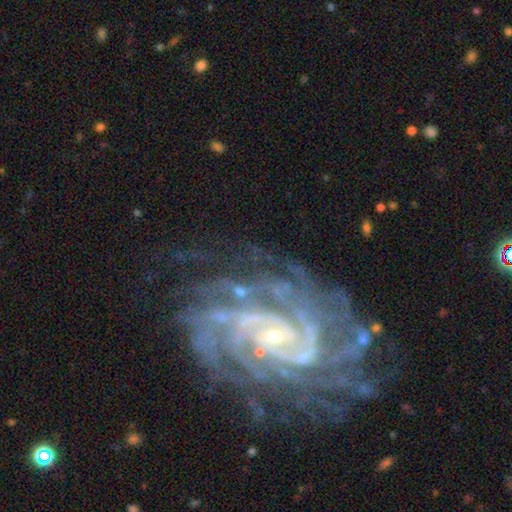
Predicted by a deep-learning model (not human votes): Morphology: type=featured or disk (91%); edge-on=no (97%); bar=no (52%); spiral arms=yes (98%); winding=tight (72%); arm count=2 (22%); bulge=small (83%); merging=none (68%).